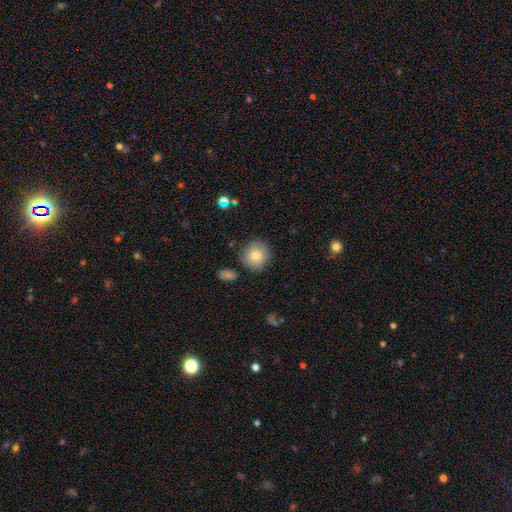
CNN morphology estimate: Smooth or featured? smooth (80%)
How rounded? round (90%)
Merging? none (85%)